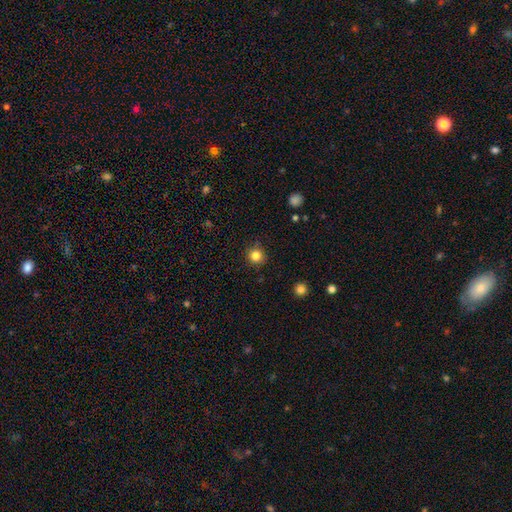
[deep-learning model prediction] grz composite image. It shows a smooth galaxy with no disk features (82%) that is round (94%). Merging: none (88%).